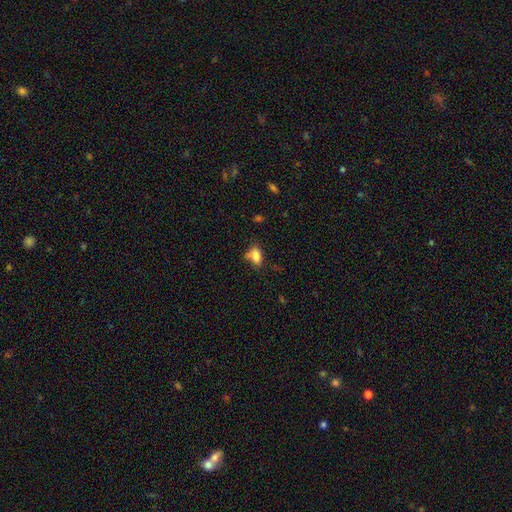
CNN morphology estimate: This appears to be a smooth galaxy with no disk features (79%) that is in between round and cigar-shaped (83%). Merging: none (48%).